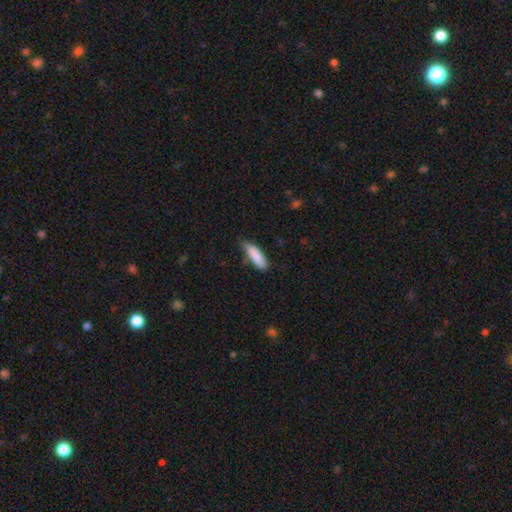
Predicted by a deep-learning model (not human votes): Q: Smooth or featured?
A: smooth (86%); runner-up: featured or disk (8%)
Q: How rounded?
A: cigar-shaped (56%); runner-up: in between (42%)
Q: Merging?
A: none (64%); runner-up: minor disturbance (29%)